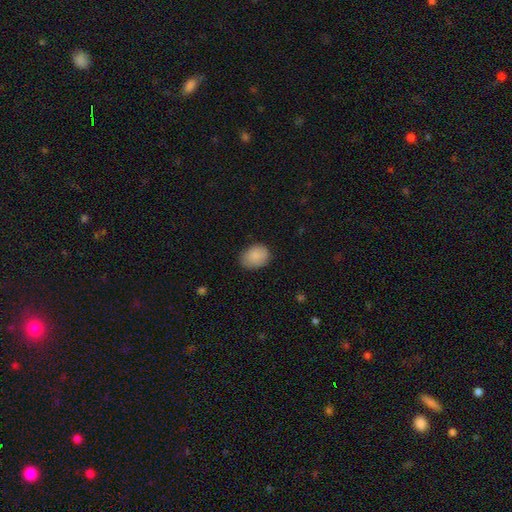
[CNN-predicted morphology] A smooth galaxy with no disk features (87%) that is in between round and cigar-shaped (69%).

Vote fractions:
- Smooth or featured? smooth: 87% / star or artifact: 7% / featured or disk: 6%
- How rounded? in between: 69% / round: 30% / cigar-shaped: 1%
- Merging? none: 73% / minor disturbance: 22% / major disturbance: 4% / merger: 1%